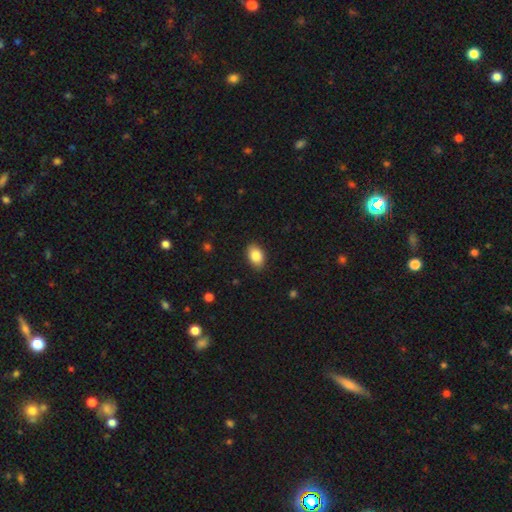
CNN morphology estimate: Smooth or featured? Predicted: smooth (p=0.86). How rounded? Predicted: in between (p=0.87). Merging? Predicted: none (p=0.87).